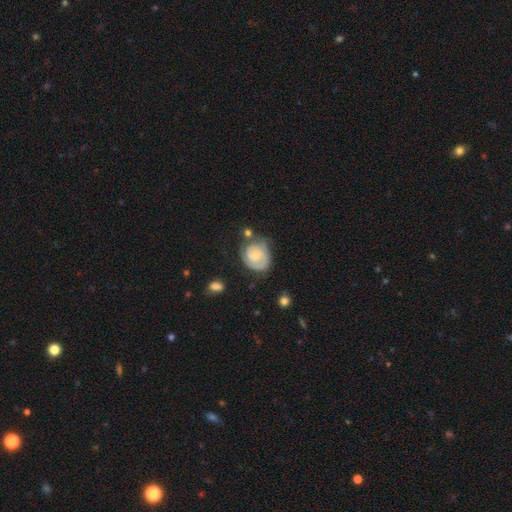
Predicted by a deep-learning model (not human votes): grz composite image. It shows a featured or disk galaxy (75%) with no bar (71%), 2 (53%) tight (69%) spiral arms (92%) and a small central bulge (64%). Merging: none (62%).